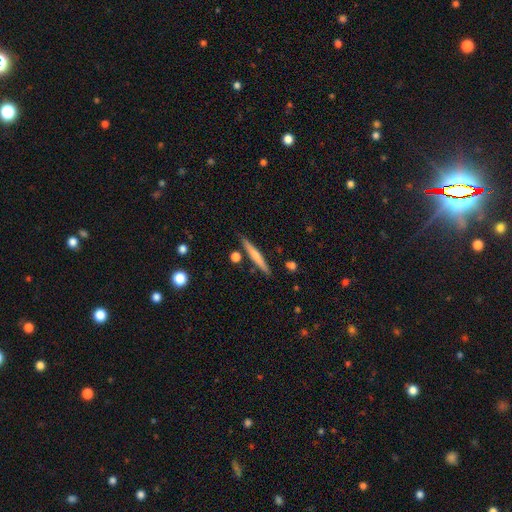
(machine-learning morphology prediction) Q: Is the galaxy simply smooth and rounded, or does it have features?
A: smooth — 54%.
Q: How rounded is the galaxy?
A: cigar-shaped — 94%.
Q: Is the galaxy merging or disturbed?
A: none — 84%.